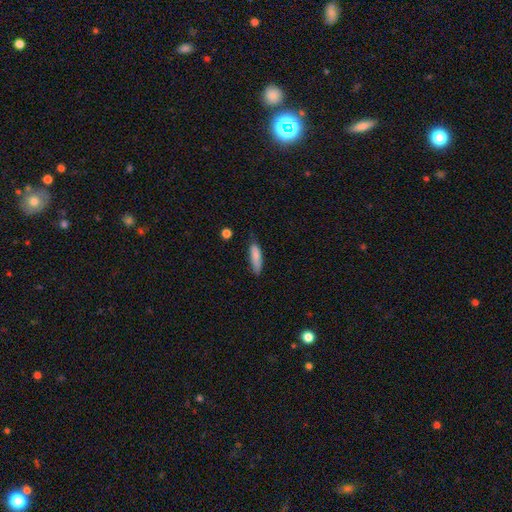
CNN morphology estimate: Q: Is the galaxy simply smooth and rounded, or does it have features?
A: smooth — 84%.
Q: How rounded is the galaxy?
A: cigar-shaped — 61%.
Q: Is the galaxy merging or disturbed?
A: none — 67%.